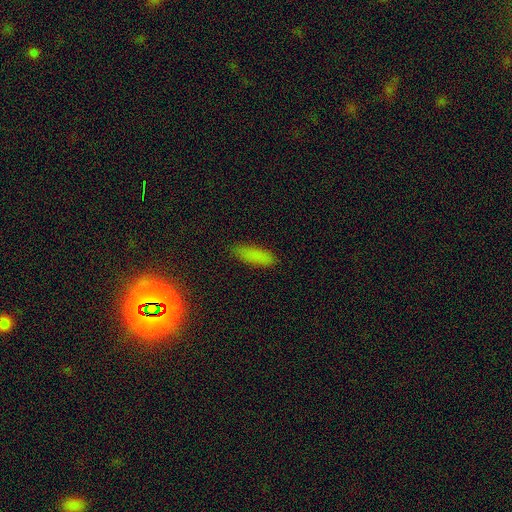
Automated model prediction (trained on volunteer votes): A smooth galaxy with no disk features (77%) that is in between round and cigar-shaped (50%).

Vote fractions:
- Smooth or featured? smooth: 77% / star or artifact: 16% / featured or disk: 8%
- How rounded? in between: 50% / cigar-shaped: 47% / round: 3%
- Merging? none: 86% / minor disturbance: 10% / major disturbance: 3% / merger: 1%